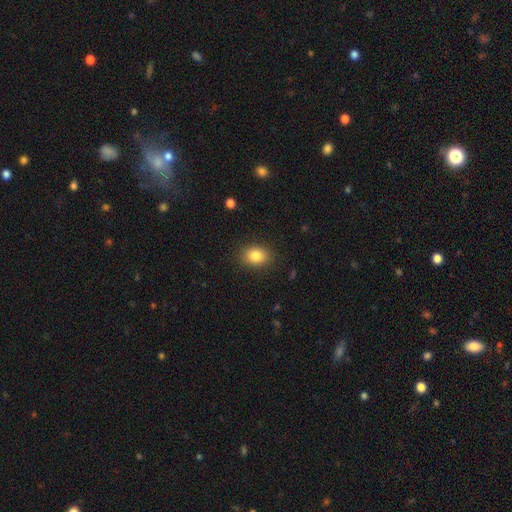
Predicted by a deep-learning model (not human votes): This is clearly a smooth galaxy (84%). How rounded: likely in between (71%). Merging: clearly none (87%).